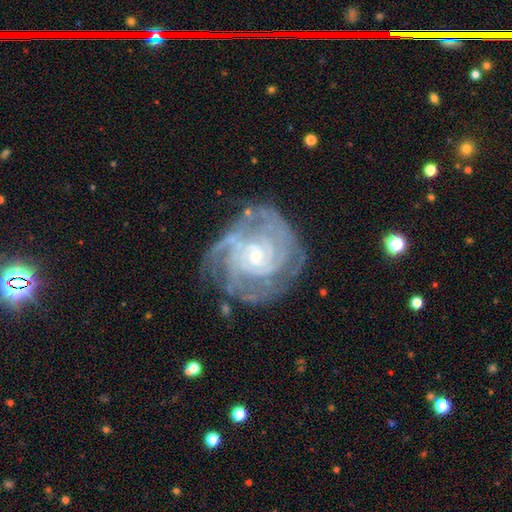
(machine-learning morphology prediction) Smooth or featured? Predicted: featured or disk (p=0.88). Edge-on disk? Predicted: no (p=0.97). Bar? Predicted: no (p=0.72). Spiral arms? Predicted: yes (p=0.97). Spiral winding? Predicted: tight (p=0.74). Spiral arm count? Predicted: can't tell (p=0.27). Bulge size? Predicted: small (p=0.76). Merging? Predicted: none (p=0.71).